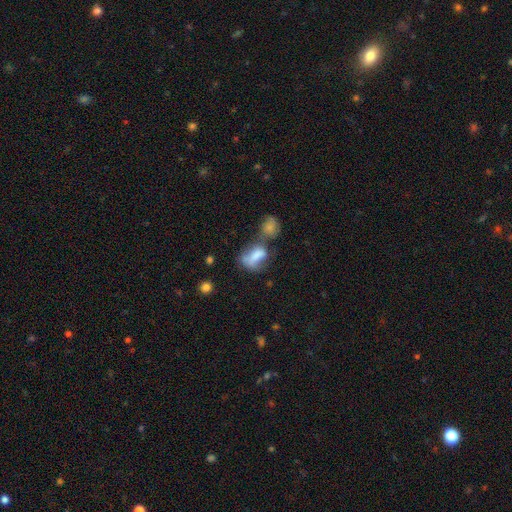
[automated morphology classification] A smooth galaxy with no disk features (67%) that is in between round and cigar-shaped (80%). Merging: merger (45%).